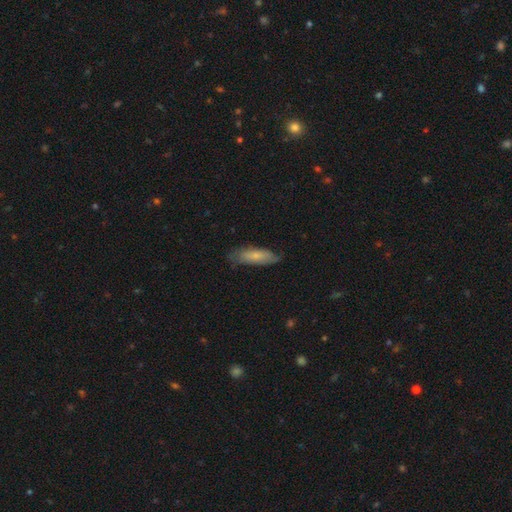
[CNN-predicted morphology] Overall: smooth (67%). How rounded: in between (51%; cigar-shaped 47%). Merging: none (70%).